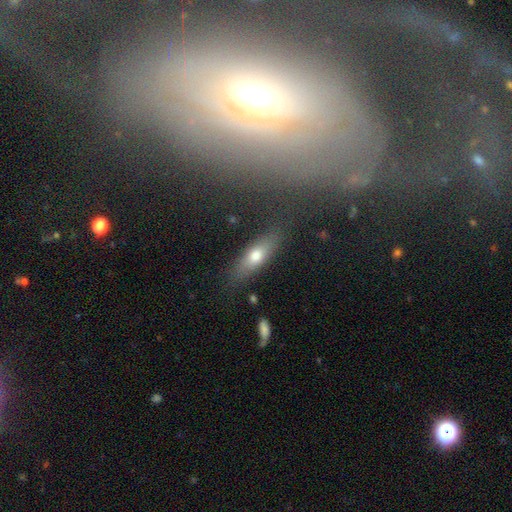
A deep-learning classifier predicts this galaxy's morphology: Overall: smooth (63%; featured or disk 29%). How rounded: in between (49%; cigar-shaped 47%). Merging: none (81%).